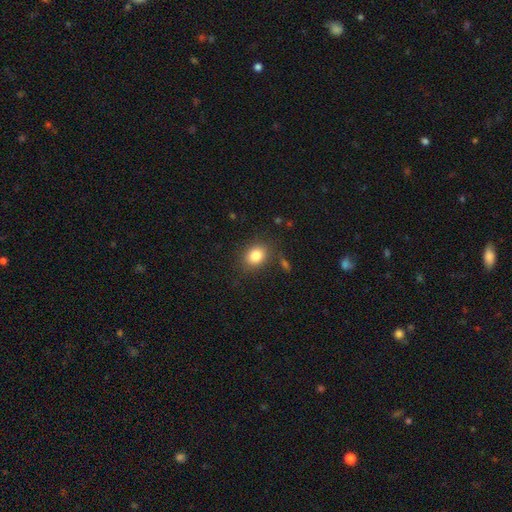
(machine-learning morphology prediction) The model was most divided on "how rounded": in between: 53%, round: 46%, cigar-shaped: 1%. More confident: merging — none (84%); smooth or featured — smooth (83%).